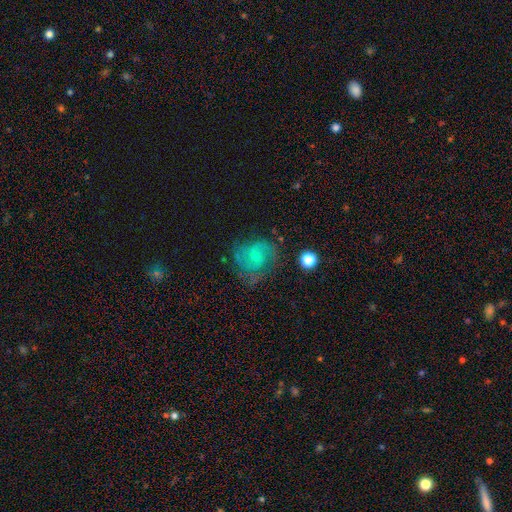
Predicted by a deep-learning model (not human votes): Smooth or featured?
  - featured or disk: 67% *
  - smooth: 22%
  - star or artifact: 11%
Edge-on disk?
  - no: 98% *
  - yes: 2%
Bar?
  - no: 72% *
  - weak: 25%
  - strong: 3%
Spiral arms?
  - yes: 88% *
  - no: 12%
Spiral winding?
  - medium: 44% *
  - tight: 38%
  - loose: 18%
Spiral arm count?
  - 2: 42% *
  - can't tell: 27%
  - 3: 16%
  - 1: 6%
  - 4: 5%
  - more than 4: 4%
Bulge size?
  - small: 74% *
  - moderate: 15%
  - none: 9%
  - large: 1%
  - dominant: 1%
Merging?
  - none: 61% *
  - minor disturbance: 22%
  - major disturbance: 15%
  - merger: 2%